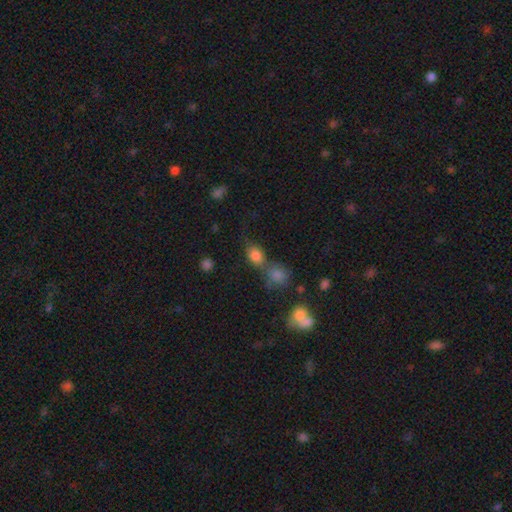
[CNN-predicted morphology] Smooth or featured: smooth — 80% (star or artifact — 12%)
How rounded: in between — 62% (round — 35%)
Merging: none — 43% (merger — 38%)